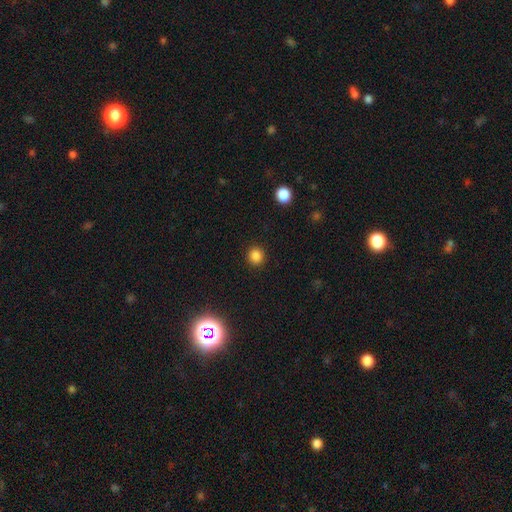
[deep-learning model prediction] This appears to be a smooth galaxy with no disk features (84%) that is round (89%). Merging: none (91%).